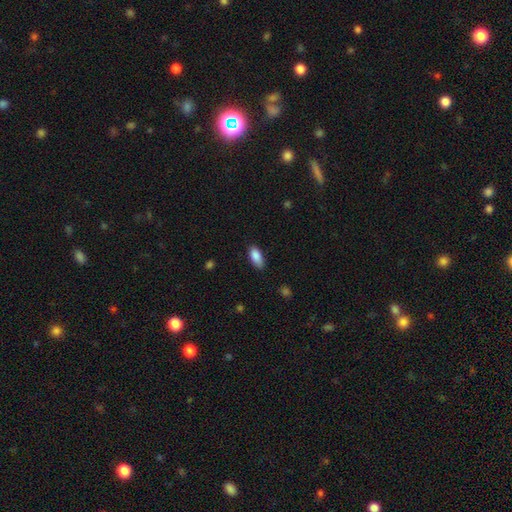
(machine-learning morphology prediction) smooth_or_featured: smooth (p=0.88) [alt: star or artifact p=0.07]
how_rounded: in between (p=0.87) [alt: cigar-shaped p=0.11]
merging: none (p=0.80) [alt: minor disturbance p=0.16]